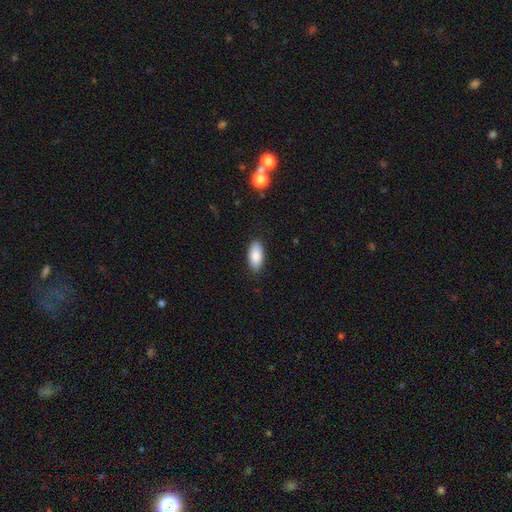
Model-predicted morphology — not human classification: This is clearly a smooth galaxy (88%). How rounded: clearly in between (89%). Merging: clearly none (87%).